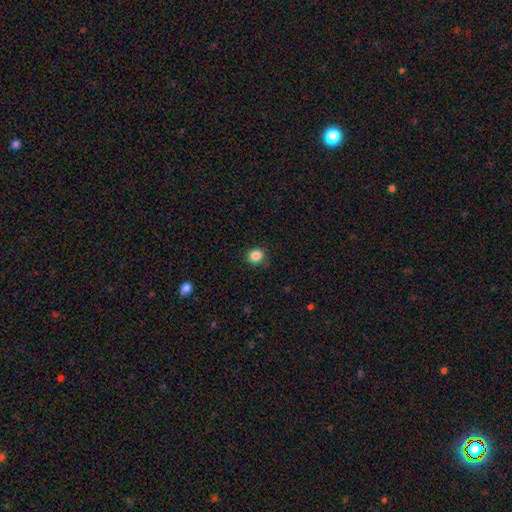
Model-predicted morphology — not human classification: This is clearly a smooth galaxy (86%). How rounded: clearly round (80%). Merging: clearly none (88%).